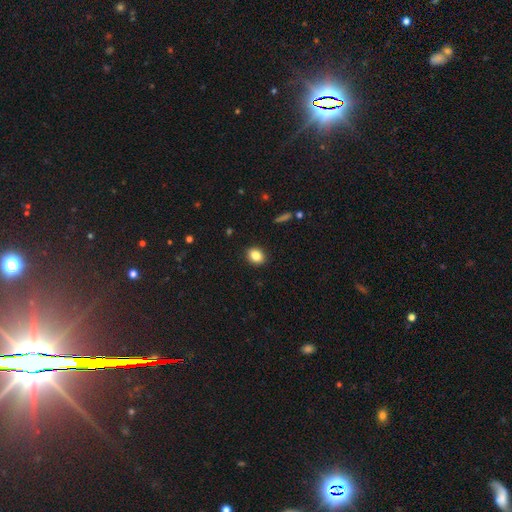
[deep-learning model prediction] Smooth or featured? Predicted: smooth (p=0.85). How rounded? Predicted: in between (p=0.52). Merging? Predicted: none (p=0.90).